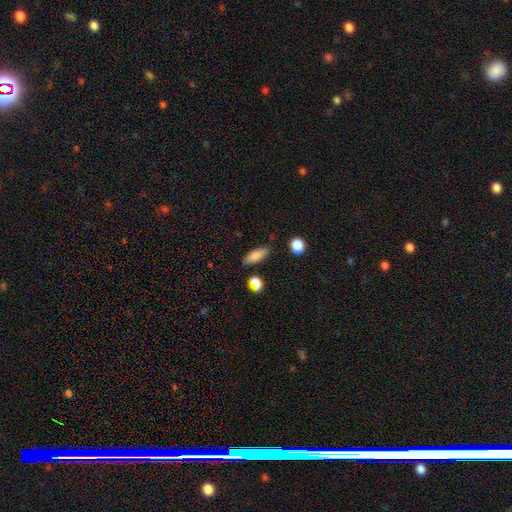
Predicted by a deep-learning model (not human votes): This appears to be a smooth galaxy with no disk features (80%) that is in between round and cigar-shaped (70%). Merging: none (80%).